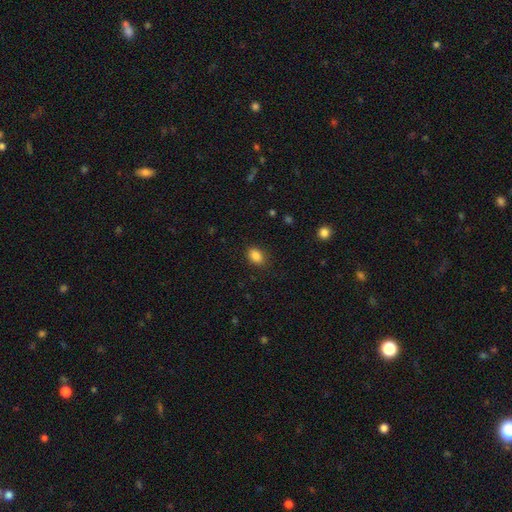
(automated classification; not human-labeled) Overall: smooth (86%). How rounded: in between (77%). Merging: none (86%).